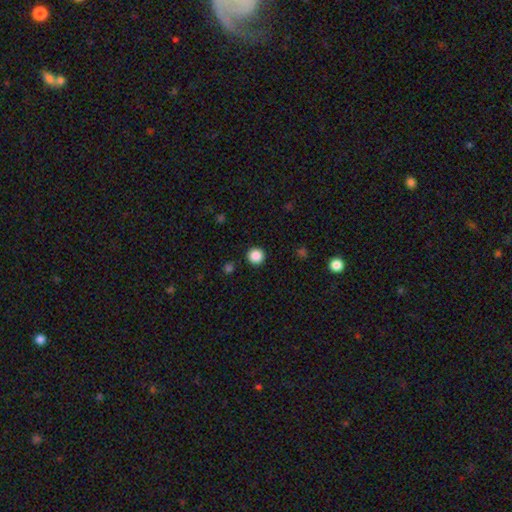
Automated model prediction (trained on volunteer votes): This is clearly a smooth galaxy (87%). How rounded: clearly round (96%). Merging: clearly none (93%).